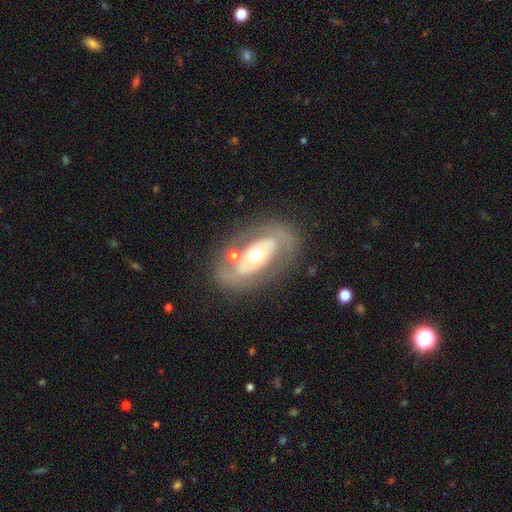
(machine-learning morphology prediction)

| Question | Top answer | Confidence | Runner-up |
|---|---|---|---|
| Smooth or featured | featured or disk | 66% | smooth (27%) |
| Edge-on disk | no | 90% | yes (10%) |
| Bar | no | 70% | weak (16%) |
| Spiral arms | no | 73% | yes (27%) |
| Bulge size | moderate | 67% | large (22%) |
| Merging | none | 71% | minor disturbance (14%) |